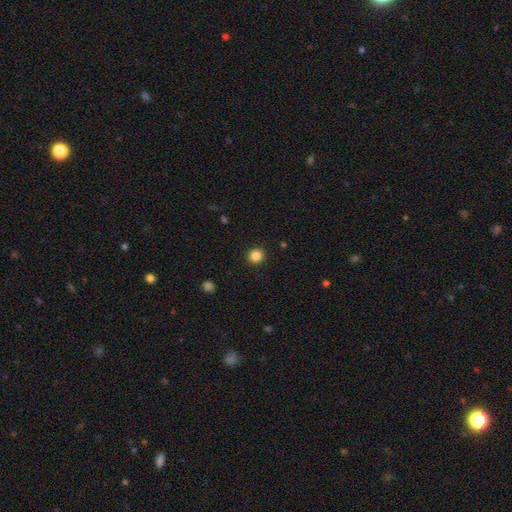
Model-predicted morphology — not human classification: type=smooth (86%); roundness=round (91%); merging=none (92%).